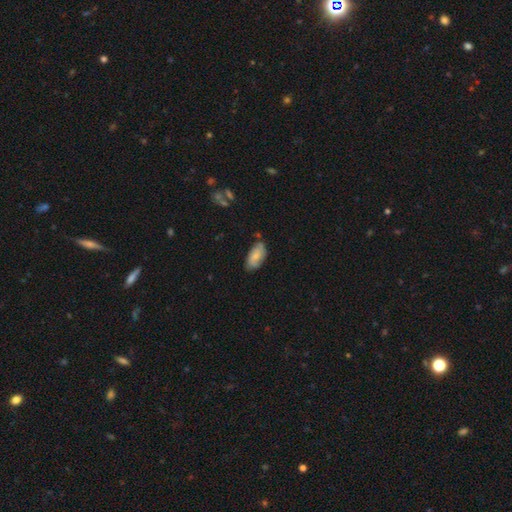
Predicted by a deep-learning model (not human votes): This is likely a smooth galaxy (67%). How rounded: clearly in between (92%). Merging: likely none (70%).